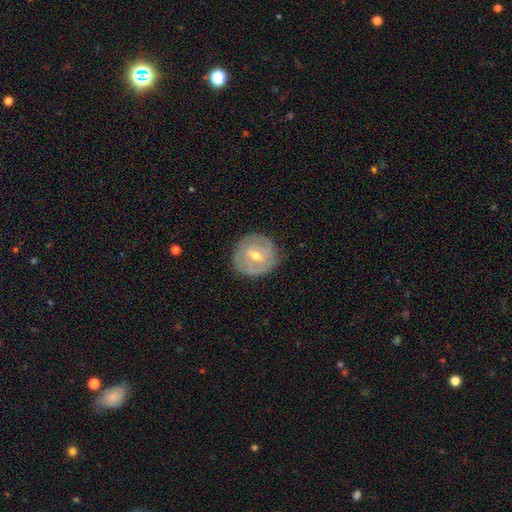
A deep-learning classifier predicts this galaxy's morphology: Smooth or featured: featured or disk — 73% (smooth — 21%)
Edge-on disk: no — 96% (yes — 4%)
Bar: weak — 53% (no — 27%)
Spiral arms: yes — 79% (no — 21%)
Spiral winding: tight — 67% (medium — 25%)
Spiral arm count: 2 — 38% (can't tell — 37%)
Bulge size: moderate — 65% (small — 32%)
Merging: none — 81% (minor disturbance — 14%)